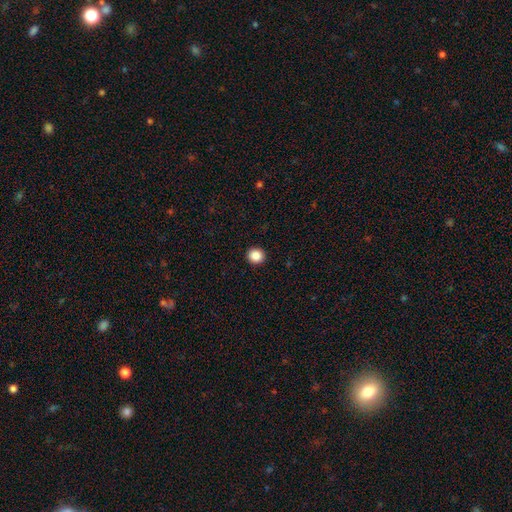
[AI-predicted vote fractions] This appears to be a smooth galaxy with no disk features (88%) that is round (89%). Merging: none (93%).